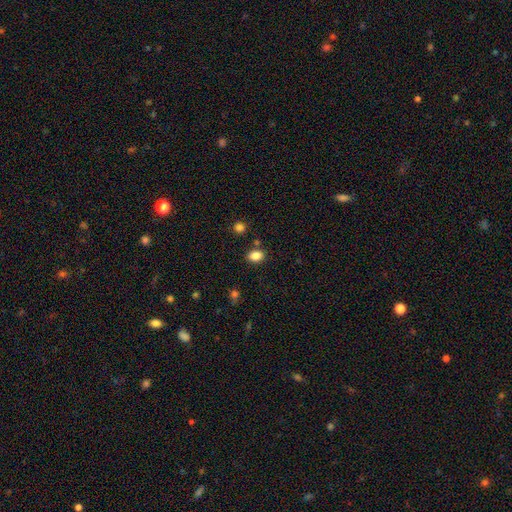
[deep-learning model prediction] Overall: smooth (85%). How rounded: in between (69%; round 29%). Merging: none (81%).